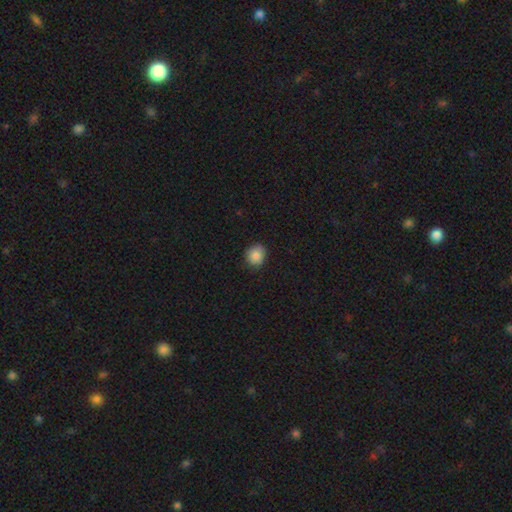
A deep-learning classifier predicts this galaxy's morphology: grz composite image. It shows a smooth galaxy with no disk features (86%) that is round (75%). Merging: none (81%).